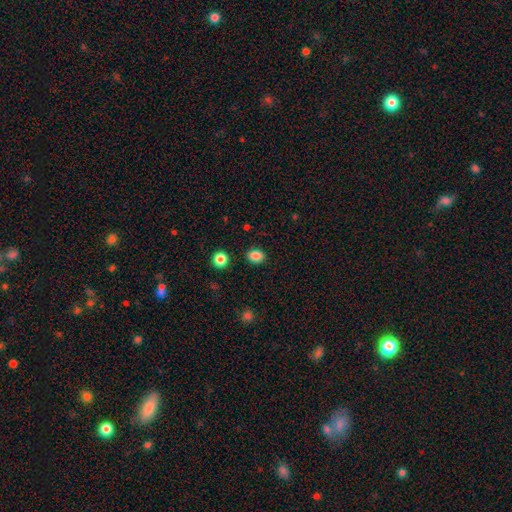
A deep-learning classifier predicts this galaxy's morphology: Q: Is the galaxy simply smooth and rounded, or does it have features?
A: smooth — 86%.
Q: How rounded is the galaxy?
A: in between — 65%.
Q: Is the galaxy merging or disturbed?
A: none — 87%.